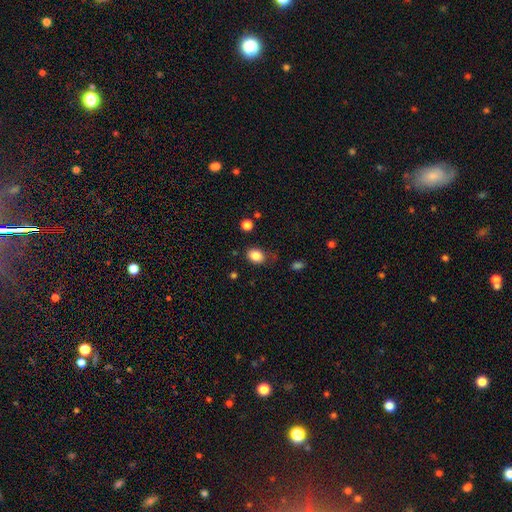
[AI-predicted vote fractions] This is clearly a smooth galaxy (85%). How rounded: possibly in between (59%). Merging: likely none (74%).